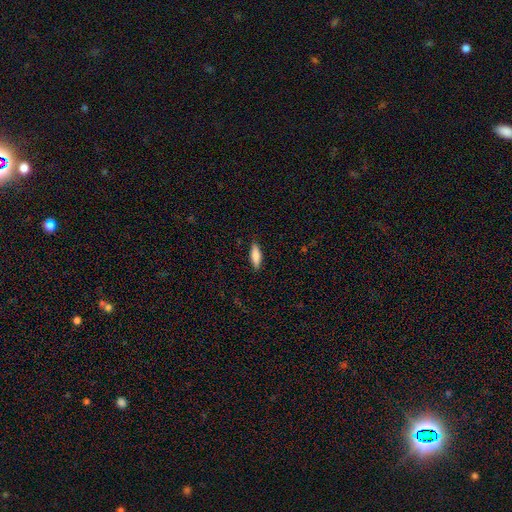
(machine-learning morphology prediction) type=smooth (82%); roundness=in between (59%); merging=none (88%).